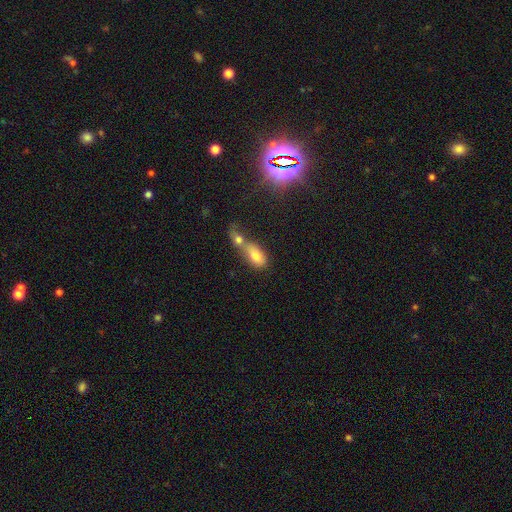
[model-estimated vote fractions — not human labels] A smooth galaxy with no disk features (76%) that is in between round and cigar-shaped (85%). Merging: merger (68%).